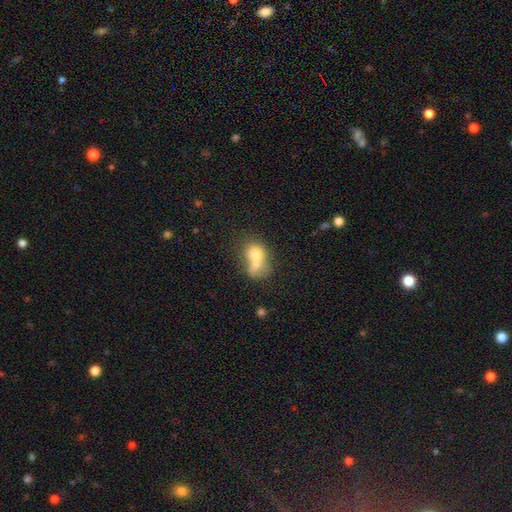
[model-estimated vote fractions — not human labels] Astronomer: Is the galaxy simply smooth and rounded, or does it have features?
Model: smooth — 68%.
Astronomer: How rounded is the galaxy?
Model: round — 52% (runner-up: in between, 46%).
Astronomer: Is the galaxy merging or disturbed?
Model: merger — 70%.